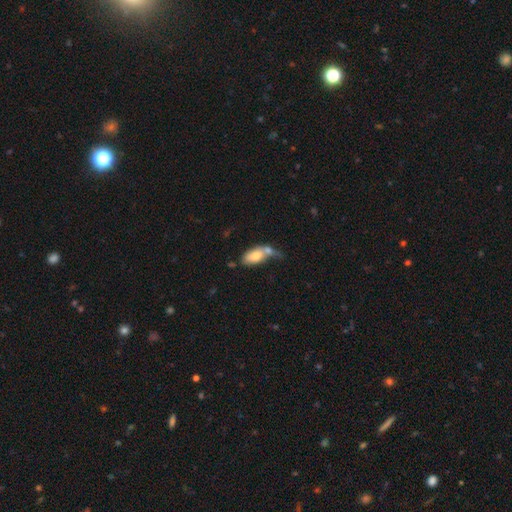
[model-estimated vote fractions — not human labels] smooth_or_featured: smooth (p=0.73) [alt: featured or disk p=0.20]
how_rounded: in between (p=0.88) [alt: cigar-shaped p=0.07]
merging: merger (p=0.49) [alt: none p=0.23]